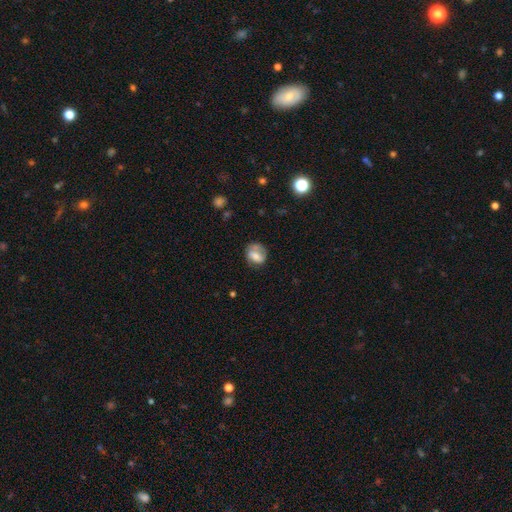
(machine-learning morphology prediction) Smooth or featured?
  - smooth: 59% *
  - featured or disk: 33%
  - star or artifact: 9%
How rounded?
  - round: 56% *
  - in between: 43%
  - cigar-shaped: 1%
Merging?
  - none: 56% *
  - minor disturbance: 27%
  - major disturbance: 14%
  - merger: 3%